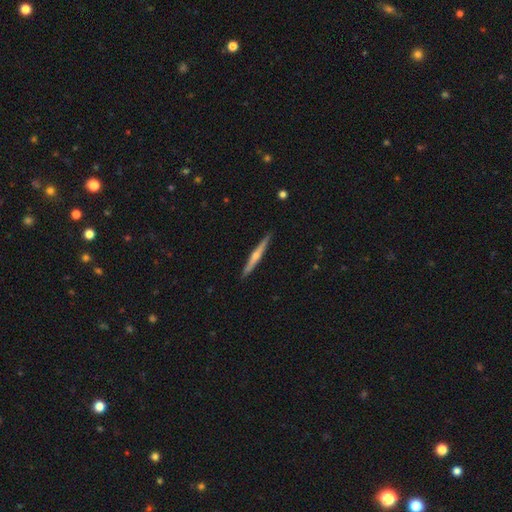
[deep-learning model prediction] Smooth or featured? featured or disk (71%)
Edge-on disk? yes (98%)
Edge-on bulge? rounded (79%)
Merging? none (92%)